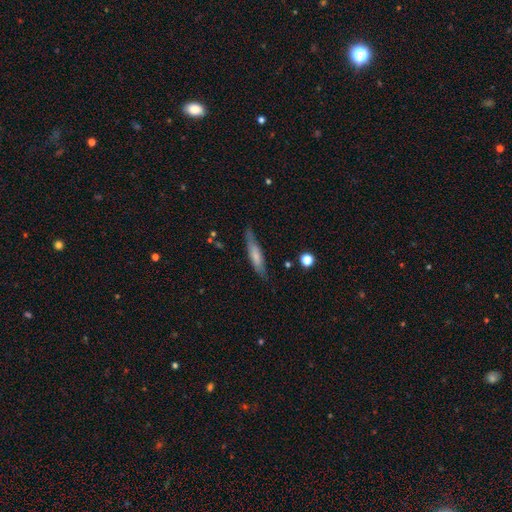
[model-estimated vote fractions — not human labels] Smooth or featured? Predicted: smooth (p=0.63). How rounded? Predicted: cigar-shaped (p=0.83). Merging? Predicted: none (p=0.76).